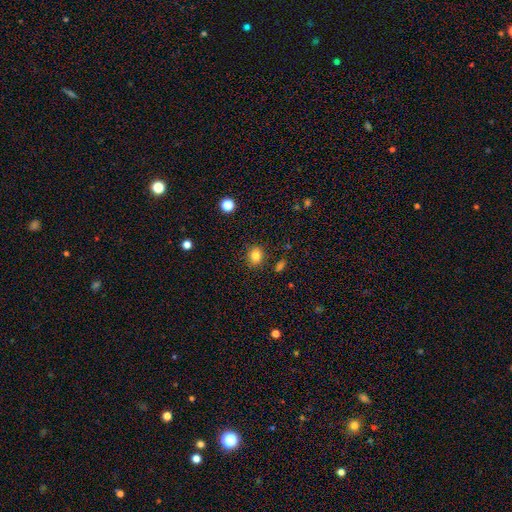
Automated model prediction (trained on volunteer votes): Smooth or featured? Predicted: smooth (p=0.82). How rounded? Predicted: round (p=0.66). Merging? Predicted: none (p=0.85).